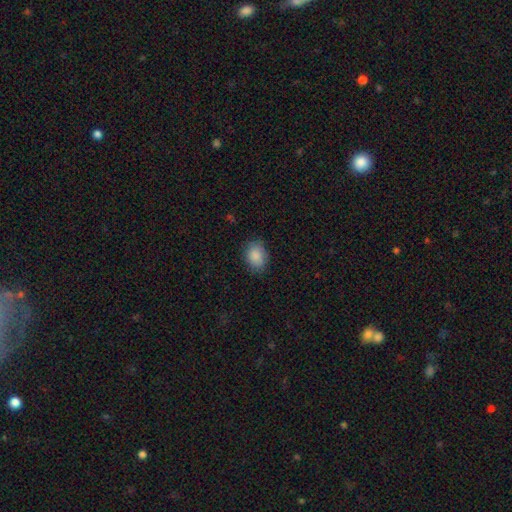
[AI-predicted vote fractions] This appears to be a smooth galaxy with no disk features (88%) that is in between round and cigar-shaped (69%). Merging: none (81%).